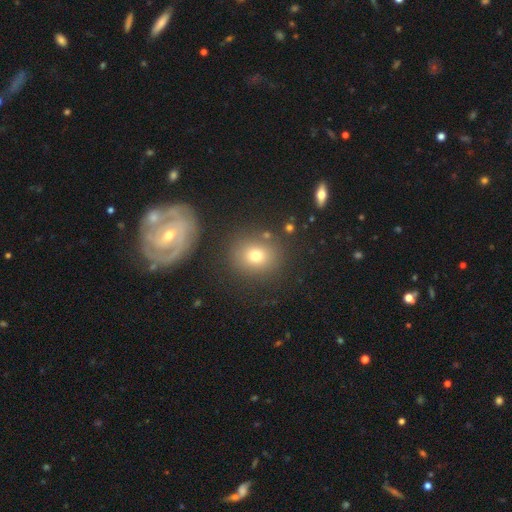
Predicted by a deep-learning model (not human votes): A smooth galaxy with no disk features (72%) that is round (75%). Merging: none (80%).